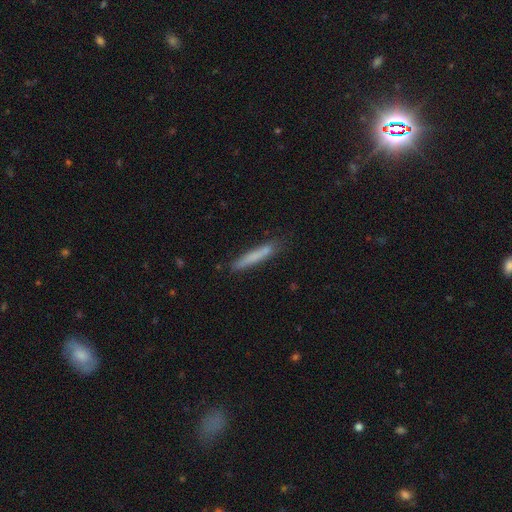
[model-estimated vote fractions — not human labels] A smooth galaxy with no disk features (73%) that is cigar-shaped (95%).

Vote fractions:
- Smooth or featured? smooth: 73% / featured or disk: 20% / star or artifact: 7%
- How rounded? cigar-shaped: 95% / in between: 4% / round: 1%
- Merging? none: 81% / minor disturbance: 14% / major disturbance: 3% / merger: 2%